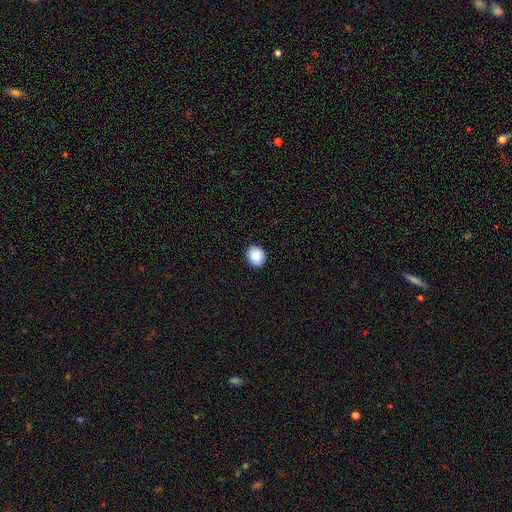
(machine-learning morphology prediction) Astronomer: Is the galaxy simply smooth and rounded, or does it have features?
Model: smooth — 89%.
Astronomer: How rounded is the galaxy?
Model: round — 63%.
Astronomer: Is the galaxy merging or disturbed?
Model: none — 91%.